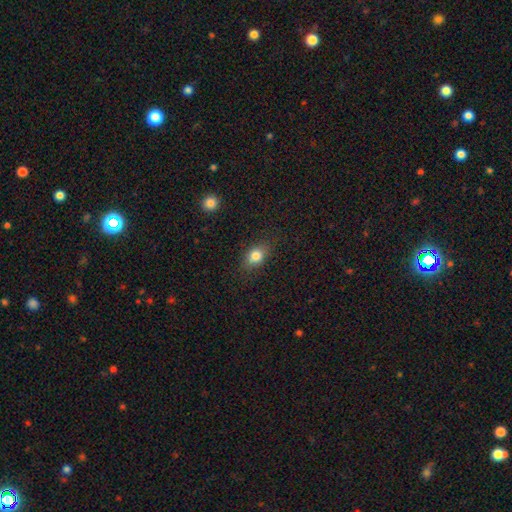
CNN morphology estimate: Smooth or featured?
  - smooth: 81% *
  - star or artifact: 10%
  - featured or disk: 9%
How rounded?
  - in between: 69% *
  - round: 29%
  - cigar-shaped: 3%
Merging?
  - none: 82% *
  - minor disturbance: 13%
  - major disturbance: 4%
  - merger: 1%